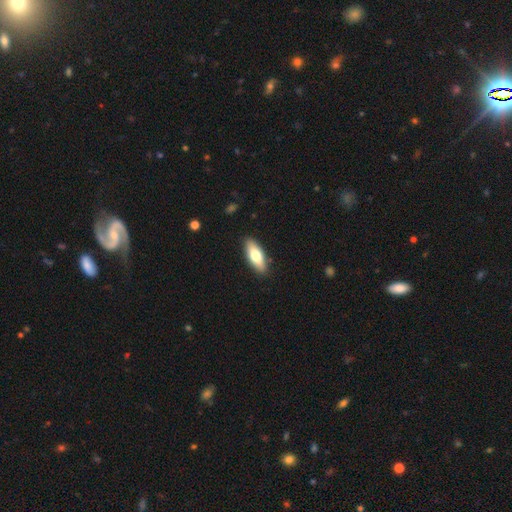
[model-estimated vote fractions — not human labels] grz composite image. It shows a smooth galaxy with no disk features (69%) that is in between round and cigar-shaped (71%). Merging: none (88%).